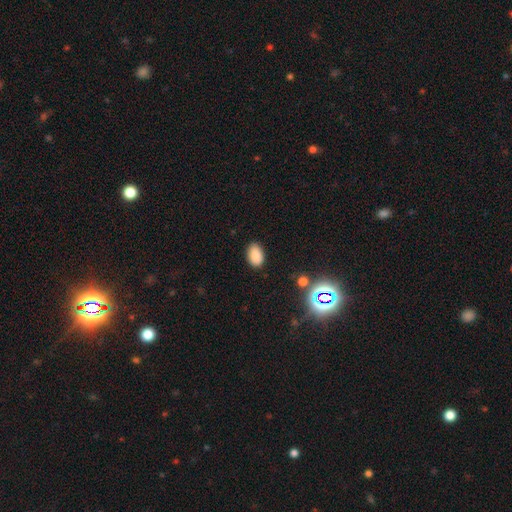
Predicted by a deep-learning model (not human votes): The model was most divided on "merging": none: 85%, minor disturbance: 11%, major disturbance: 2%, merger: 1%. More confident: how rounded — in between (89%); smooth or featured — smooth (85%).